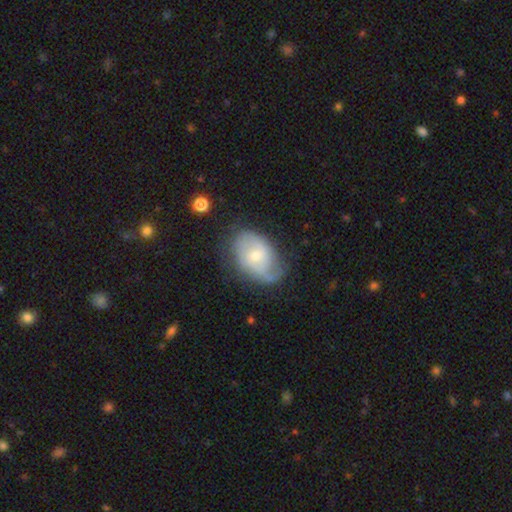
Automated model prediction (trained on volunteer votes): A featured or disk galaxy (68%) with no bar (59%), 2 (62%) medium (42%) spiral arms (89%) and a small central bulge (55%). Merging: none (63%).